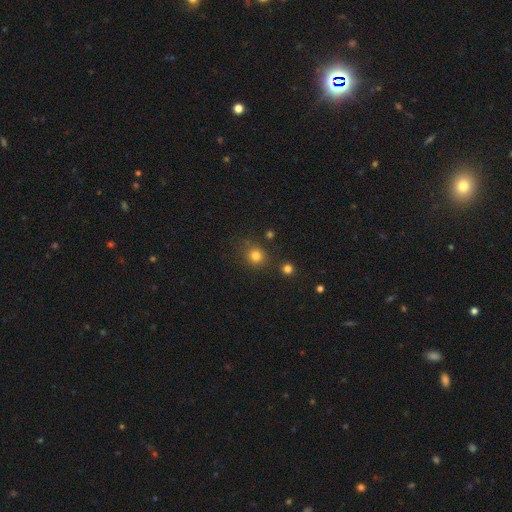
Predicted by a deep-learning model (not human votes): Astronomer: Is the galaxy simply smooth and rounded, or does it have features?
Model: smooth — 80%.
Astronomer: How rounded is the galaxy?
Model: round — 83%.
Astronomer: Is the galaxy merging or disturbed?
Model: none — 78%.